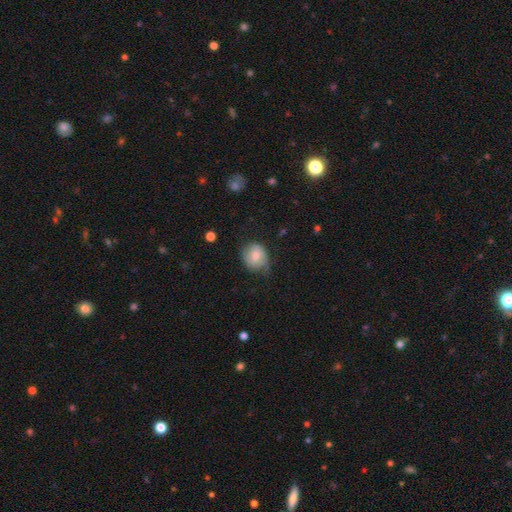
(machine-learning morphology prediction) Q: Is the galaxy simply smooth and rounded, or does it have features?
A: smooth — 69%.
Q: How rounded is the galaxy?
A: round — 66%.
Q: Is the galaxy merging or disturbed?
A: none — 52%.